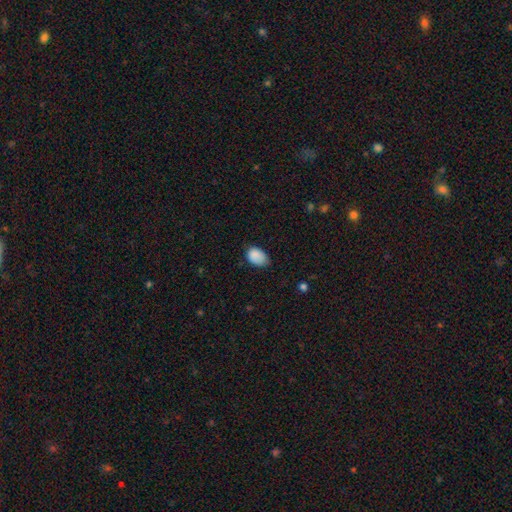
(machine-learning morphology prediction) Smooth or featured? smooth (87%)
How rounded? in between (82%)
Merging? none (58%)